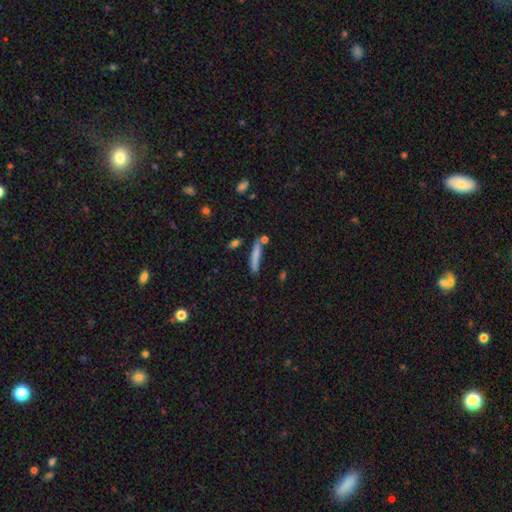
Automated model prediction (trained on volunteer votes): smooth-or-featured: smooth: 76% | featured or disk: 17% | star or artifact: 7%
  how-rounded: cigar-shaped: 89% | in between: 9% | round: 2%
  merging: none: 72% | minor disturbance: 15% | merger: 9% | major disturbance: 4%